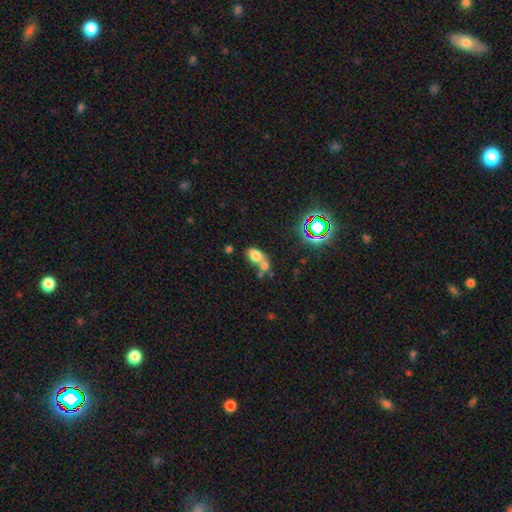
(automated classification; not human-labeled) This appears to be a smooth galaxy with no disk features (72%) that is in between round and cigar-shaped (74%). Merging: merger (53%).